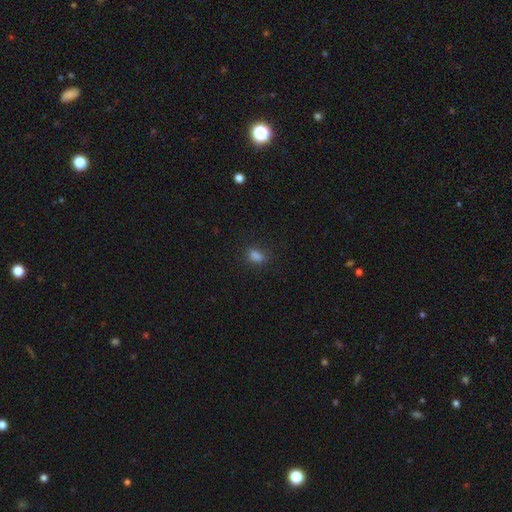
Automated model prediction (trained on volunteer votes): Smooth or featured? Predicted: smooth (p=0.80). How rounded? Predicted: in between (p=0.76). Merging? Predicted: none (p=0.80).